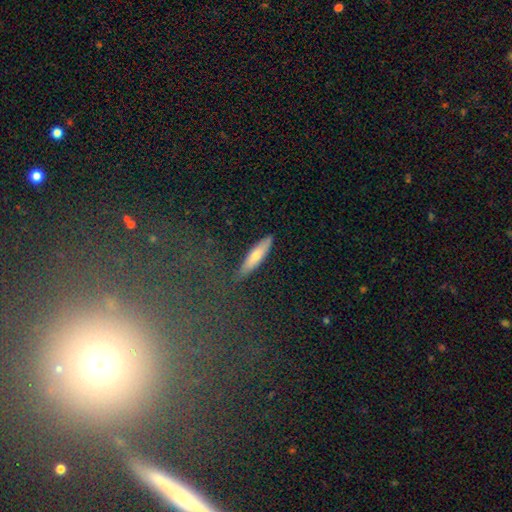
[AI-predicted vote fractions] A smooth galaxy with no disk features (70%) that is cigar-shaped (77%). Merging: none (87%).